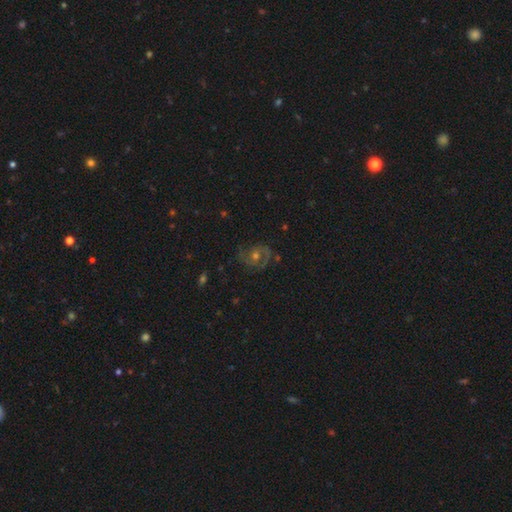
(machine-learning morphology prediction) This is likely a featured or disk galaxy (78%). It is clearly not viewed edge-on (98%). Bar: likely no (62%). Spiral arm pattern: clearly yes (95%). Spiral arm count: clearly 2 (87%). Spiral winding: possibly medium (54%). Central bulge: likely moderate (65%). Merging: clearly none (80%).